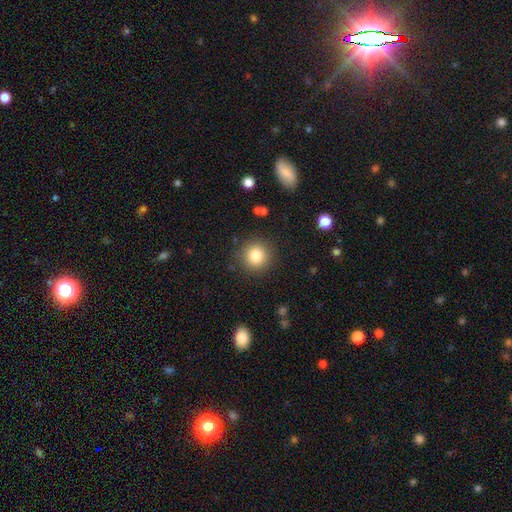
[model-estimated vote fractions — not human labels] Morphology: type=smooth (82%); roundness=round (94%); merging=none (88%).